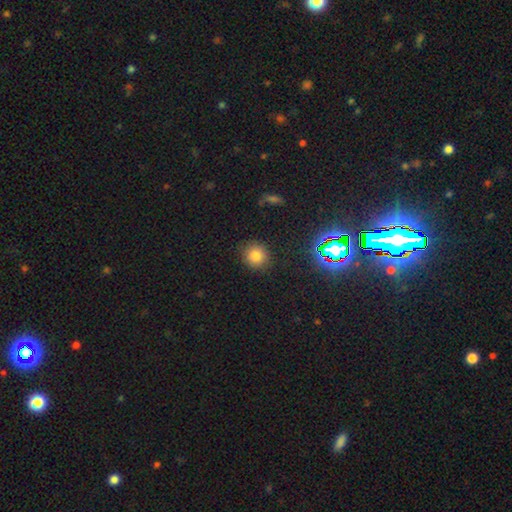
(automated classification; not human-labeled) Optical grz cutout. It shows a smooth galaxy with no disk features (78%) that is round (88%). Merging: none (86%).